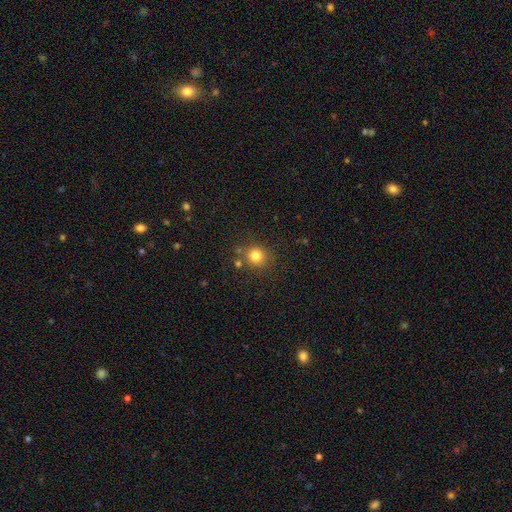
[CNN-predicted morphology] Smooth or featured? Predicted: smooth (p=0.80). How rounded? Predicted: round (p=0.88). Merging? Predicted: none (p=0.79).